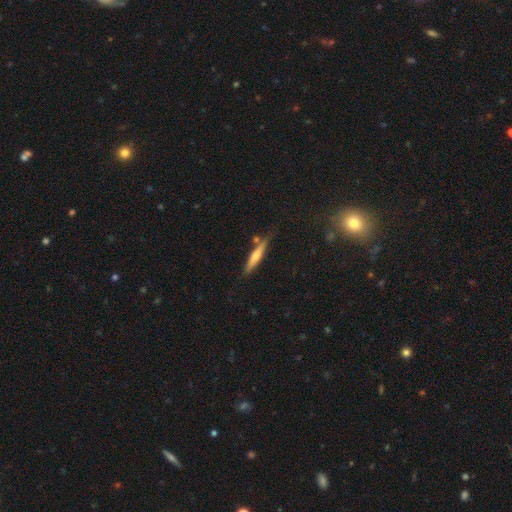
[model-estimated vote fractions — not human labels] Morphology: type=featured or disk (48%); merging=none (77%).